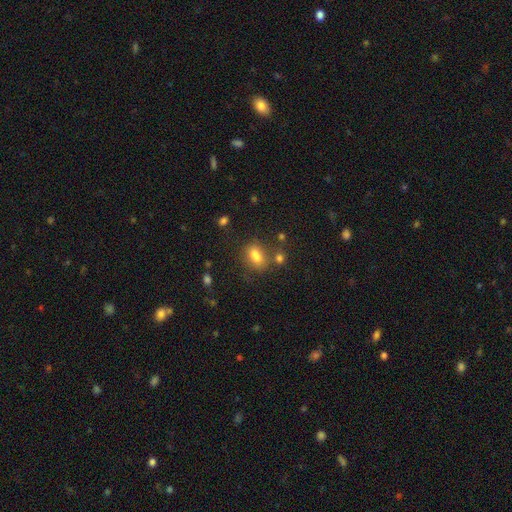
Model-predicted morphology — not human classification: Smooth or featured: smooth — 79% (star or artifact — 12%)
How rounded: in between — 79% (round — 16%)
Merging: none — 59% (merger — 17%)